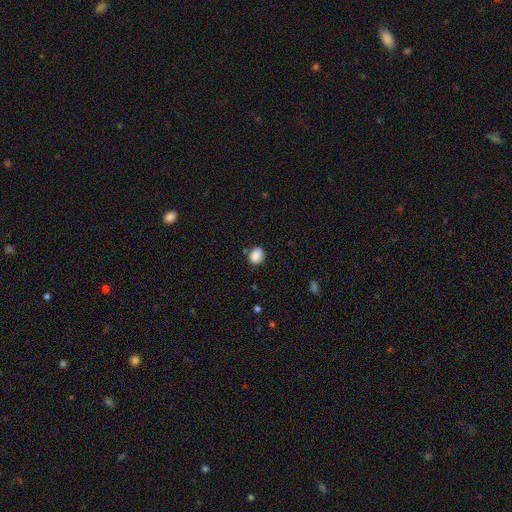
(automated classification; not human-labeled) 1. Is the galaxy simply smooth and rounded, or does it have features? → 87% smooth, 9% star or artifact, 4% featured or disk.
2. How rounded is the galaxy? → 50% in between, 49% round, 1% cigar-shaped.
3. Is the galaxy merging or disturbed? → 75% none, 17% minor disturbance, 4% merger, 4% major disturbance.